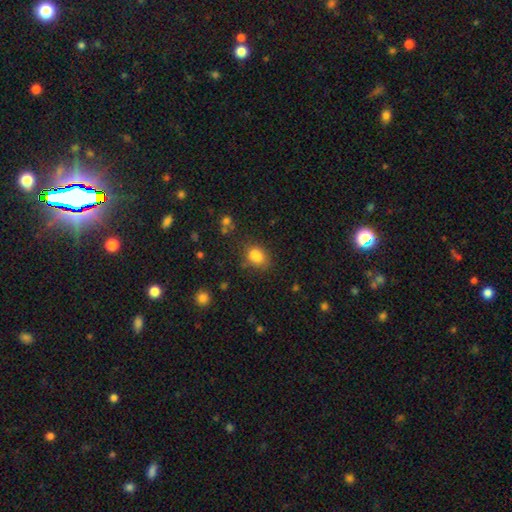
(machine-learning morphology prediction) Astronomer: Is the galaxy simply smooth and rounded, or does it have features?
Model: smooth — 76%.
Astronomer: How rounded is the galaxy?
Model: in between — 59% (runner-up: round, 39%).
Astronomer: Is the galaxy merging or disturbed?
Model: none — 48% (runner-up: merger, 27%).